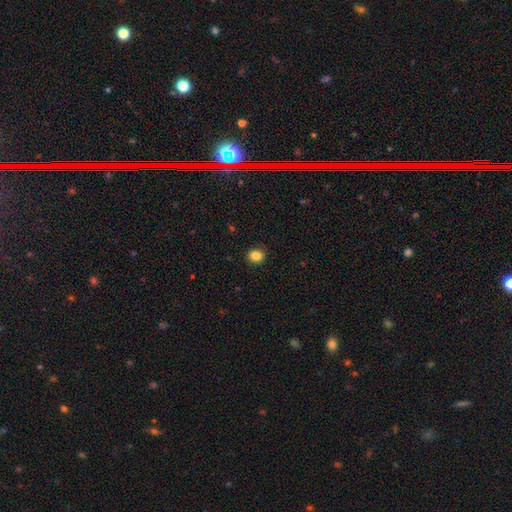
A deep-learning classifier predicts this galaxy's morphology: Smooth or featured?
  - smooth: 85% *
  - star or artifact: 10%
  - featured or disk: 5%
How rounded?
  - round: 69% *
  - in between: 30%
  - cigar-shaped: 1%
Merging?
  - none: 89% *
  - minor disturbance: 8%
  - major disturbance: 2%
  - merger: 1%